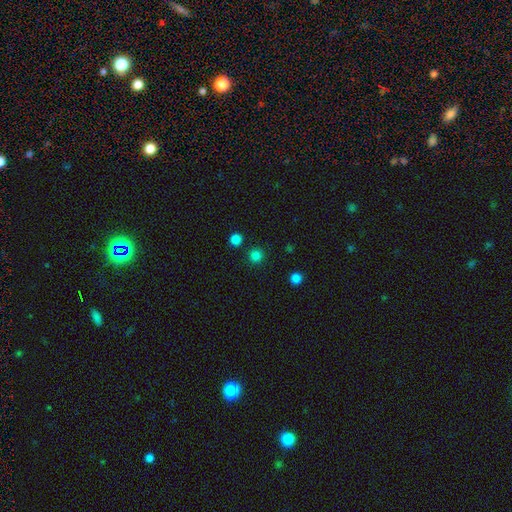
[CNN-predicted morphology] Smooth or featured? Predicted: smooth (p=0.82). How rounded? Predicted: round (p=0.94). Merging? Predicted: none (p=0.89).